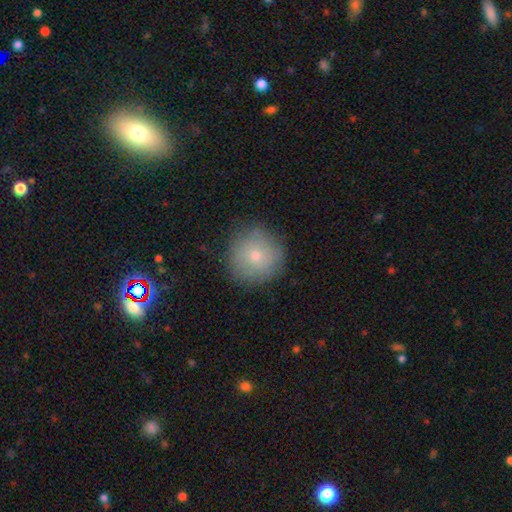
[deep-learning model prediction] This appears to be a smooth galaxy with no disk features (76%) that is round (95%). Merging: none (84%).